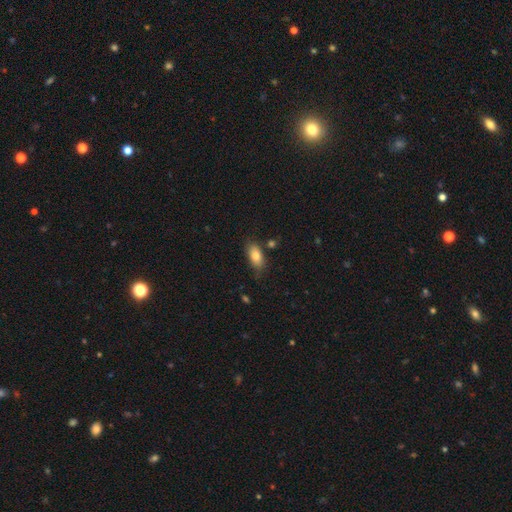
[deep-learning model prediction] Overall: smooth (82%). How rounded: in between (89%). Merging: none (76%).